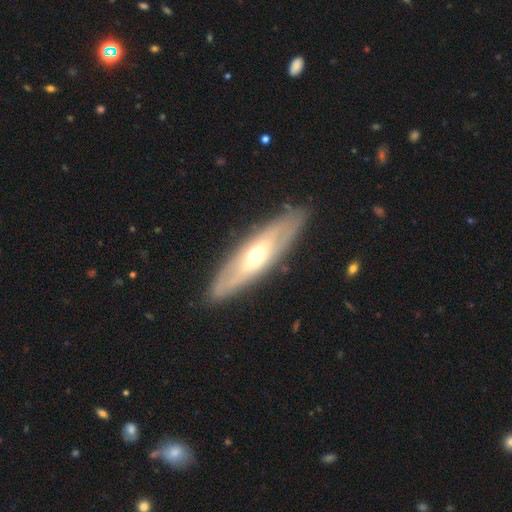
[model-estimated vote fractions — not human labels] Smooth or featured?
  - featured or disk: 64% *
  - smooth: 31%
  - star or artifact: 5%
Edge-on disk?
  - no: 58% *
  - yes: 42%
Merging?
  - none: 85% *
  - minor disturbance: 10%
  - major disturbance: 3%
  - merger: 1%